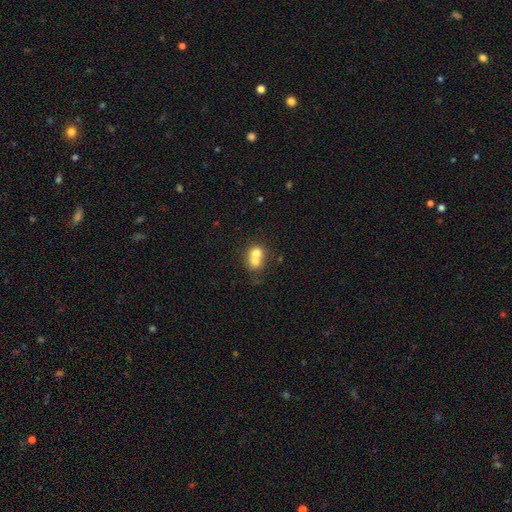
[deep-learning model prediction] Overall: smooth (67%). How rounded: round (72%). Merging: merger (69%).